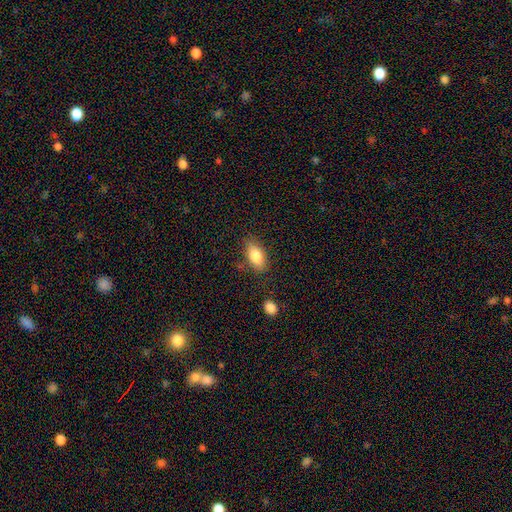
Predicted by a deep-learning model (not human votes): The model was most divided on "merging": none: 77%, minor disturbance: 15%, major disturbance: 4%, merger: 3%. More confident: how rounded — in between (89%); smooth or featured — smooth (82%).